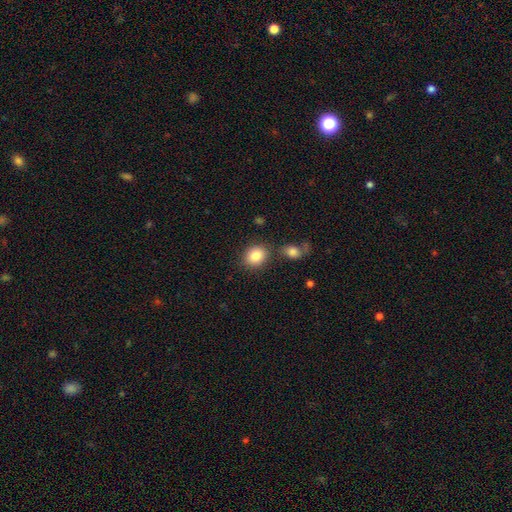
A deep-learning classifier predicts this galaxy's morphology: This is clearly a smooth galaxy (84%). How rounded: possibly round (59%). Merging: likely none (77%).